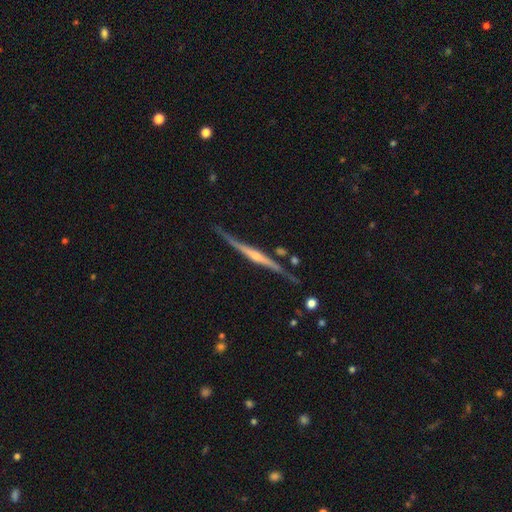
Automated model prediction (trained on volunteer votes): Q: Smooth or featured?
A: featured or disk (84%); runner-up: smooth (11%)
Q: Edge-on disk?
A: yes (97%); runner-up: no (3%)
Q: Edge-on bulge?
A: rounded (68%); runner-up: none (21%)
Q: Merging?
A: none (78%); runner-up: minor disturbance (15%)